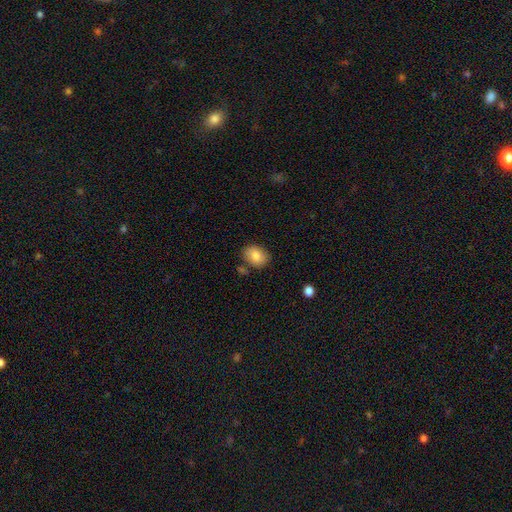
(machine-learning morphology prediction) This appears to be a smooth galaxy with no disk features (83%) that is in between round and cigar-shaped (65%). Merging: none (78%).